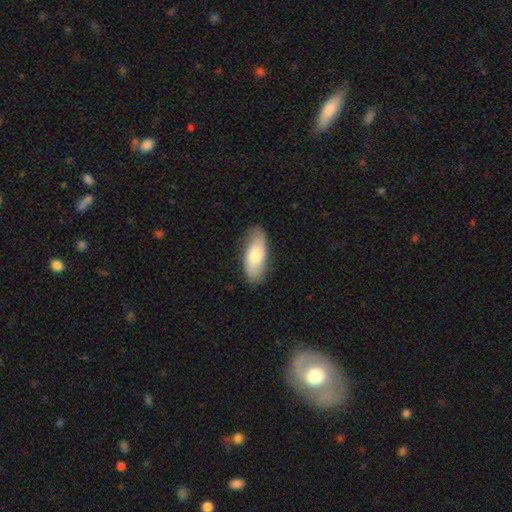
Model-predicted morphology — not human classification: This is likely a smooth galaxy (73%). How rounded: likely in between (80%). Merging: clearly none (82%).